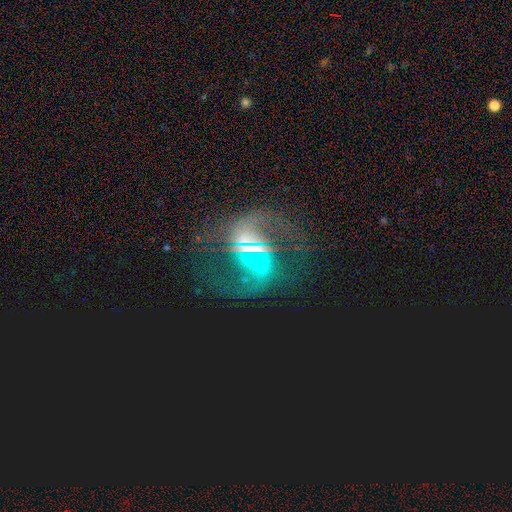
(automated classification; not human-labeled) smooth-or-featured: featured or disk: 77% | star or artifact: 15% | smooth: 8%
  disk-edge-on: no: 92% | yes: 8%
    bar: strong: 50% | weak: 30% | no: 20%
    has-spiral-arms: yes: 81% | no: 19%
      spiral-winding: medium: 44% | loose: 41% | tight: 15%
      spiral-arm-count: 2: 87% | can't tell: 6% | 1: 3% | 3: 2% | 4: 2% | more than 4: 2%
    bulge-size: moderate: 53% | small: 28% | large: 12% | none: 4% | dominant: 3%
  merging: none: 60% | major disturbance: 19% | minor disturbance: 14% | merger: 7%